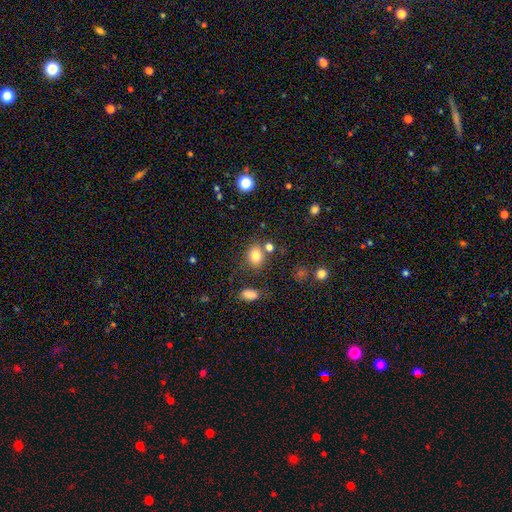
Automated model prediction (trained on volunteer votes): Smooth or featured?
  - smooth: 81% *
  - star or artifact: 12%
  - featured or disk: 7%
How rounded?
  - round: 51% *
  - in between: 48%
  - cigar-shaped: 1%
Merging?
  - none: 72% *
  - minor disturbance: 13%
  - merger: 11%
  - major disturbance: 5%